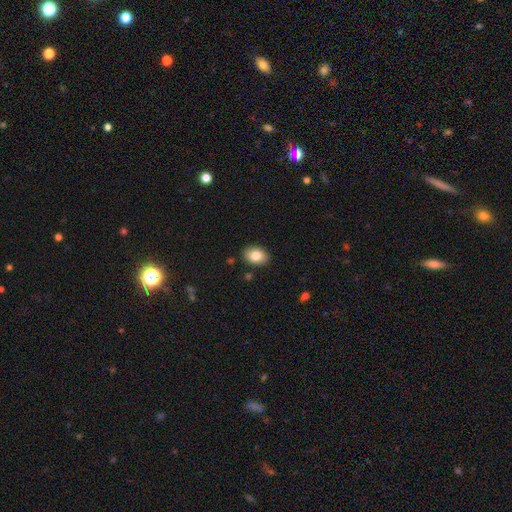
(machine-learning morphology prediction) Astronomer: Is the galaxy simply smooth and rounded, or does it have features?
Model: smooth — 83%.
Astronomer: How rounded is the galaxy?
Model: in between — 77%.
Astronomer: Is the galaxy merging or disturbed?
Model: none — 87%.